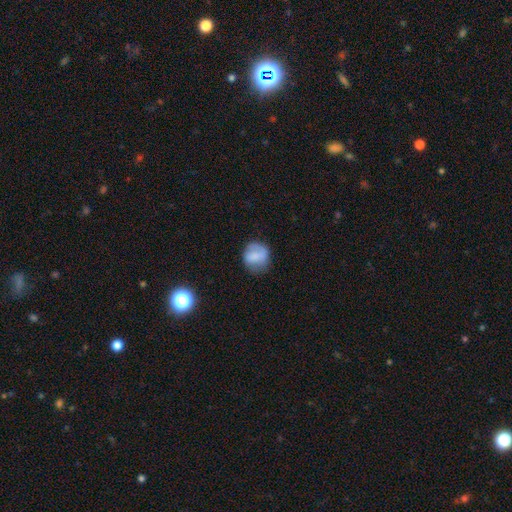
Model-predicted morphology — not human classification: This appears to be a smooth galaxy with no disk features (68%) that is round (77%). Merging: none (62%).